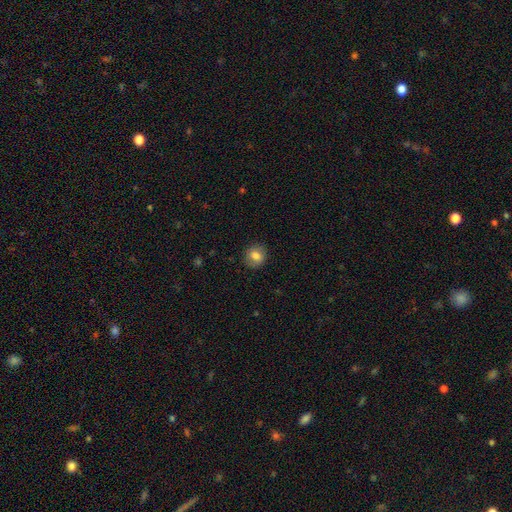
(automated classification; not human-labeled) smooth-or-featured: smooth: 81% | featured or disk: 10% | star or artifact: 9%
  how-rounded: round: 79% | in between: 20% | cigar-shaped: 1%
  merging: none: 87% | minor disturbance: 10% | major disturbance: 3% | merger: 1%